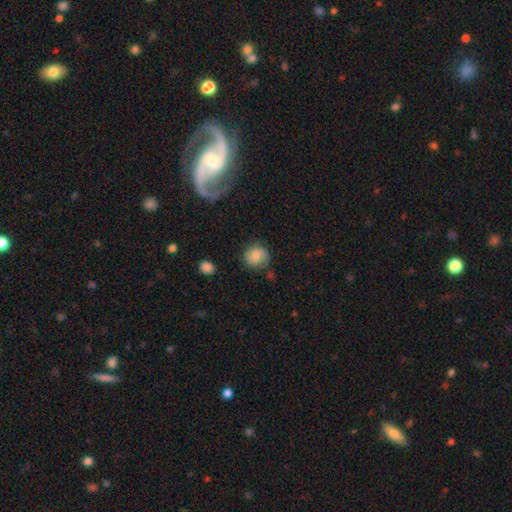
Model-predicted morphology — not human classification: Smooth or featured? smooth (79%)
How rounded? round (85%)
Merging? none (70%)